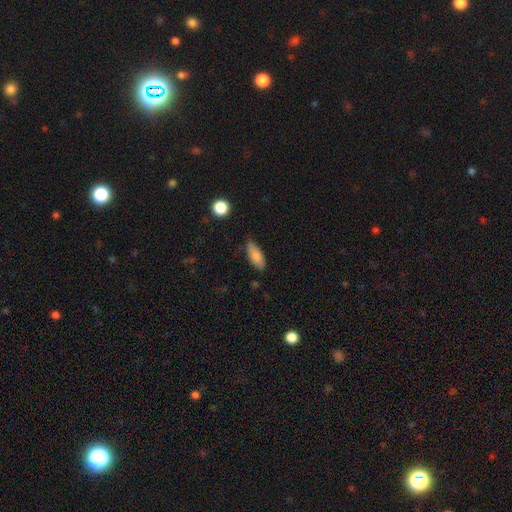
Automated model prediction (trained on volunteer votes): Smooth or featured: smooth — 84% (featured or disk — 9%)
How rounded: in between — 79% (cigar-shaped — 19%)
Merging: none — 76% (minor disturbance — 19%)